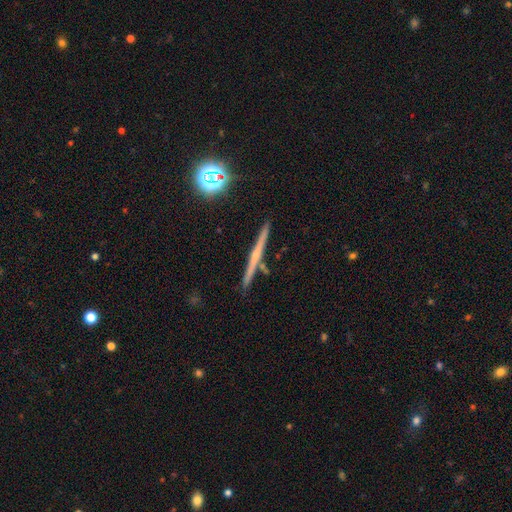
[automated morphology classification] smooth_or_featured: featured or disk (p=0.63) [alt: smooth p=0.26]
disk_edge_on: yes (p=0.97) [alt: no p=0.03]
edge_on_bulge: none (p=0.48) [alt: rounded p=0.45]
merging: none (p=0.88) [alt: minor disturbance p=0.07]